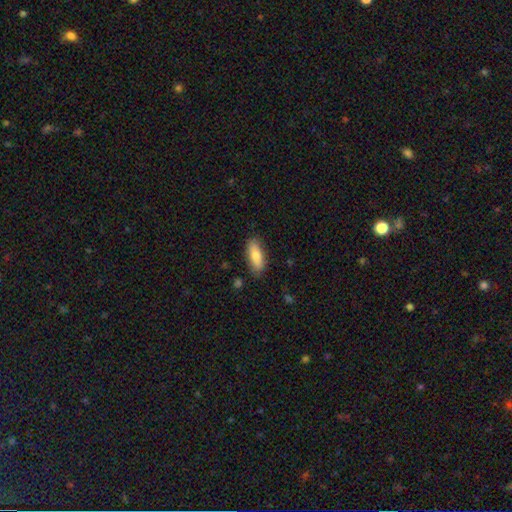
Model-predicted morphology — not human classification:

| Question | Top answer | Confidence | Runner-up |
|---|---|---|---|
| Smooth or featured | smooth | 80% | featured or disk (14%) |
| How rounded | in between | 73% | cigar-shaped (25%) |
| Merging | none | 84% | minor disturbance (12%) |